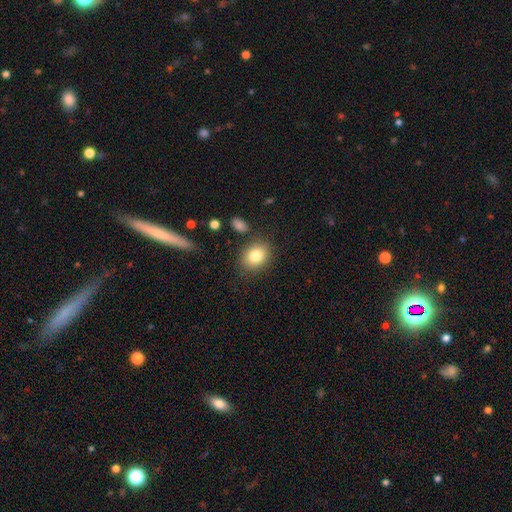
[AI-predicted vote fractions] Q: Smooth or featured?
A: smooth (82%); runner-up: star or artifact (9%)
Q: How rounded?
A: in between (52%); runner-up: round (46%)
Q: Merging?
A: none (81%); runner-up: minor disturbance (11%)